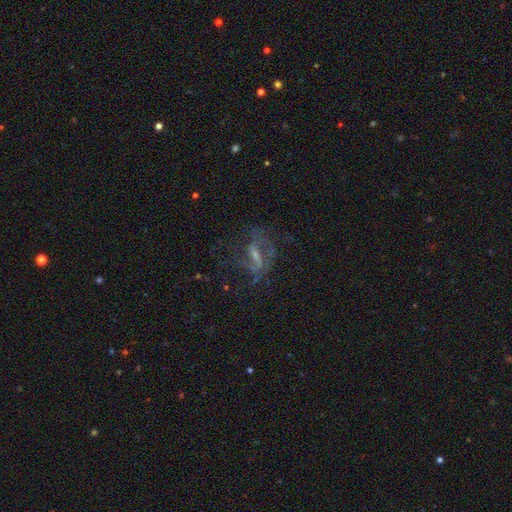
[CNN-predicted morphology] A featured or disk galaxy (70%) with a weak bar (40%), spiral arms (74%) and a small central bulge (44%). Merging: none (51%).